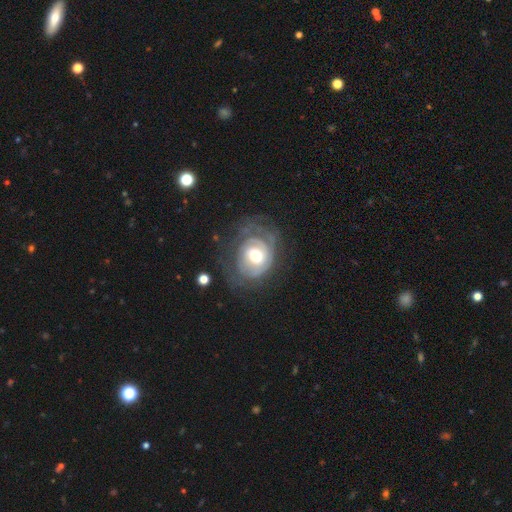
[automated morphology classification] smooth-or-featured: featured or disk: 79% | smooth: 15% | star or artifact: 6%
  disk-edge-on: no: 97% | yes: 3%
    bar: no: 61% | weak: 31% | strong: 8%
    has-spiral-arms: yes: 88% | no: 12%
      spiral-winding: tight: 66% | medium: 25% | loose: 9%
      spiral-arm-count: can't tell: 42% | 2: 25% | 3: 13% | 1: 10% | 4: 5% | more than 4: 4%
    bulge-size: moderate: 61% | large: 24% | small: 12% | dominant: 2% | none: 1%
  merging: none: 55% | minor disturbance: 23% | major disturbance: 21% | merger: 2%